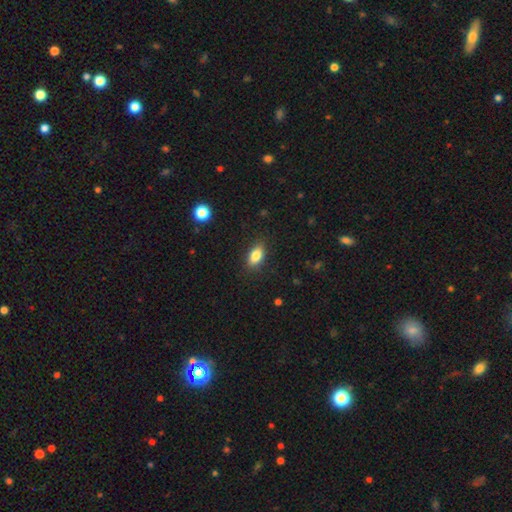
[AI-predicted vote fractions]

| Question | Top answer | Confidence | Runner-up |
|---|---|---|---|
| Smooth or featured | smooth | 84% | star or artifact (8%) |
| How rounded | in between | 87% | round (7%) |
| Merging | none | 86% | minor disturbance (10%) |